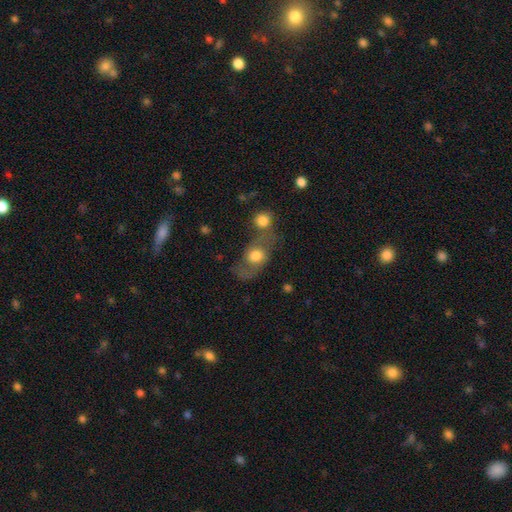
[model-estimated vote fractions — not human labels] Q: Smooth or featured?
A: smooth (59%); runner-up: featured or disk (32%)
Q: How rounded?
A: in between (56%); runner-up: round (41%)
Q: Merging?
A: none (36%); runner-up: merger (35%)